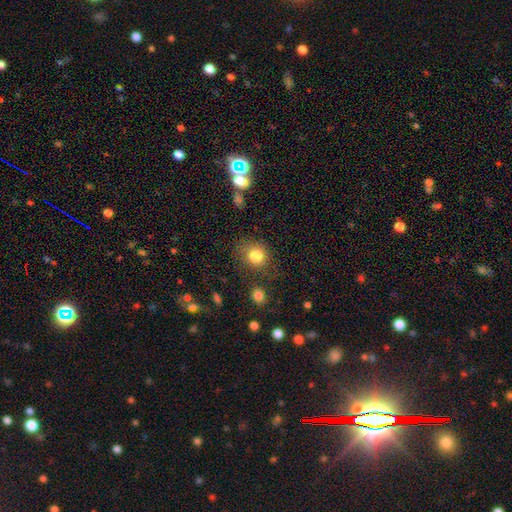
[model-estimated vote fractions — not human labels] Overall: smooth (83%). How rounded: round (70%). Merging: none (69%).